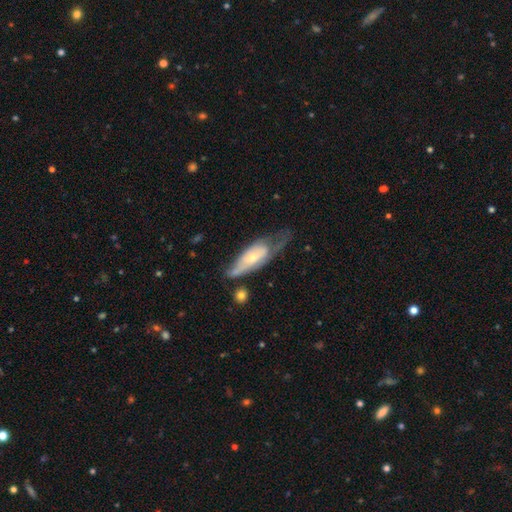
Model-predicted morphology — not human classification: This appears to be a featured or disk galaxy (59%). Merging: none (41%).